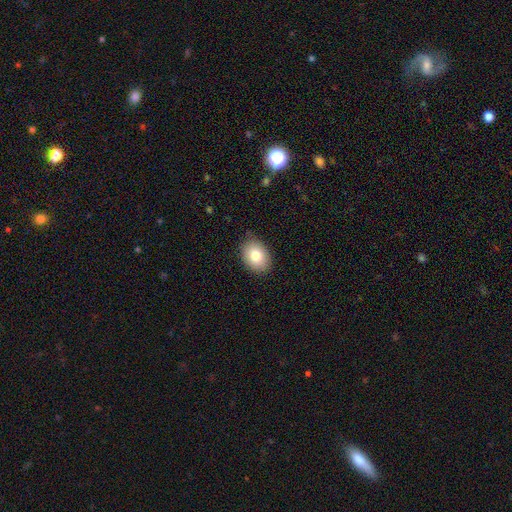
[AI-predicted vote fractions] Smooth or featured? smooth (80%)
How rounded? in between (72%)
Merging? none (84%)